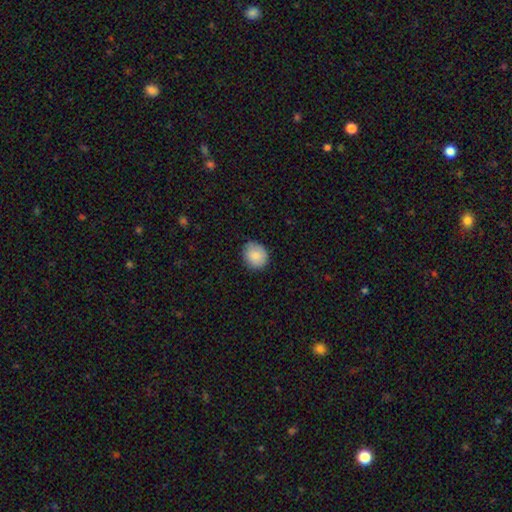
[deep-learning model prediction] Smooth or featured? smooth (86%)
How rounded? round (79%)
Merging? none (81%)